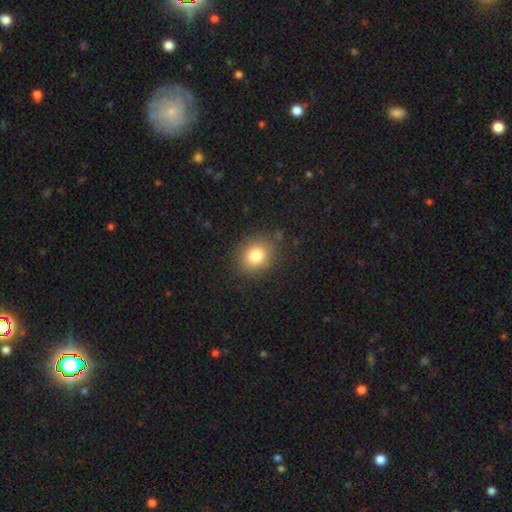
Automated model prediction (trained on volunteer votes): smooth 80%, star or artifact 11%, featured or disk 8%. Down the decision tree: how rounded — round (71%); merging — none (85%).